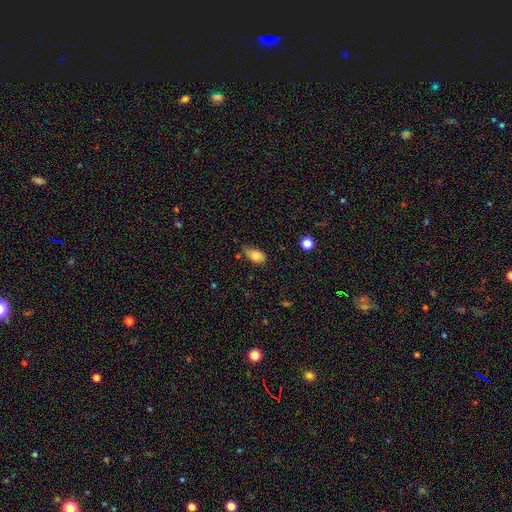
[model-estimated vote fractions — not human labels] smooth_or_featured: smooth (p=0.83) [alt: star or artifact p=0.09]
how_rounded: in between (p=0.89) [alt: round p=0.09]
merging: none (p=0.64) [alt: minor disturbance p=0.26]